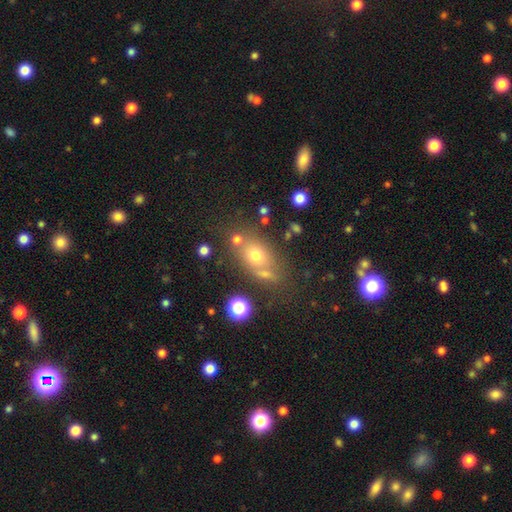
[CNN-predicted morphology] smooth 64%, featured or disk 18%, star or artifact 18%. Down the decision tree: how rounded — in between (60%); merging — none (63%).